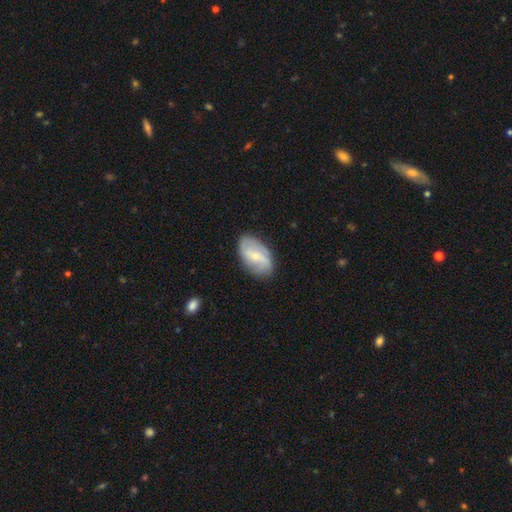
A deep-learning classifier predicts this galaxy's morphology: This appears to be a featured or disk galaxy (60%) with a weak bar (49%), spiral arms (85%) and a small central bulge (66%). Merging: none (80%).